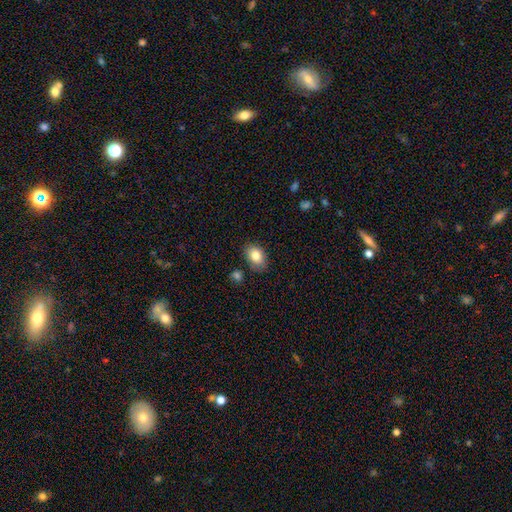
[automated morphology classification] Smooth or featured? Predicted: smooth (p=0.84). How rounded? Predicted: in between (p=0.81). Merging? Predicted: none (p=0.82).